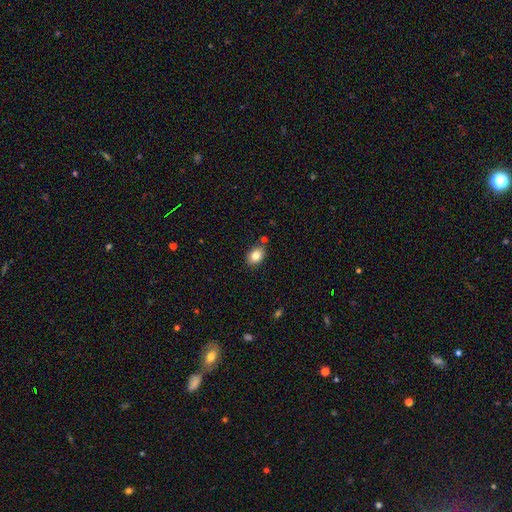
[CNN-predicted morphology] This appears to be a smooth galaxy with no disk features (82%) that is in between round and cigar-shaped (75%). Merging: none (81%).